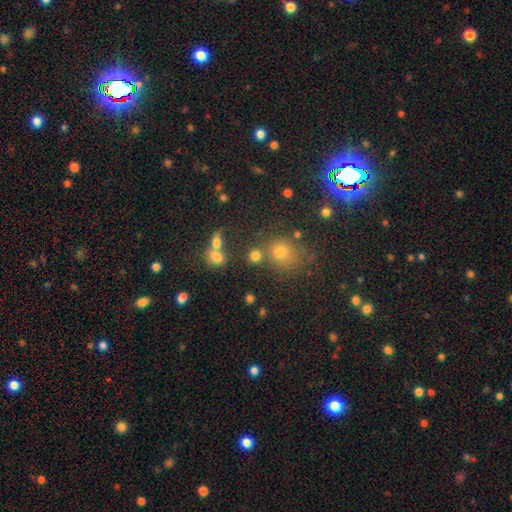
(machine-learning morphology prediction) Q: Smooth or featured?
A: smooth (73%); runner-up: star or artifact (18%)
Q: How rounded?
A: round (79%); runner-up: in between (19%)
Q: Merging?
A: none (57%); runner-up: merger (27%)